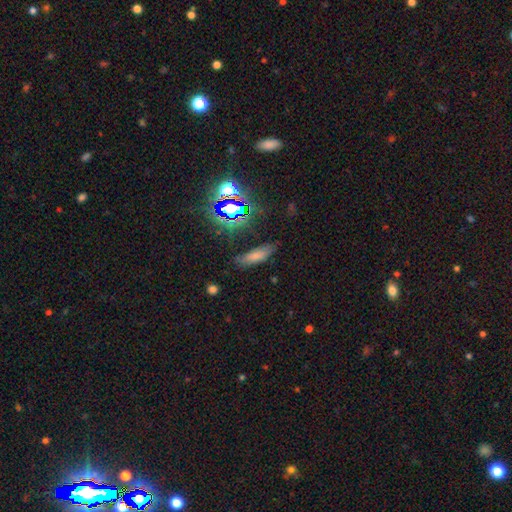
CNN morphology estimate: Q: Smooth or featured?
A: smooth (67%); runner-up: star or artifact (19%)
Q: How rounded?
A: in between (53%); runner-up: cigar-shaped (44%)
Q: Merging?
A: none (72%); runner-up: minor disturbance (19%)